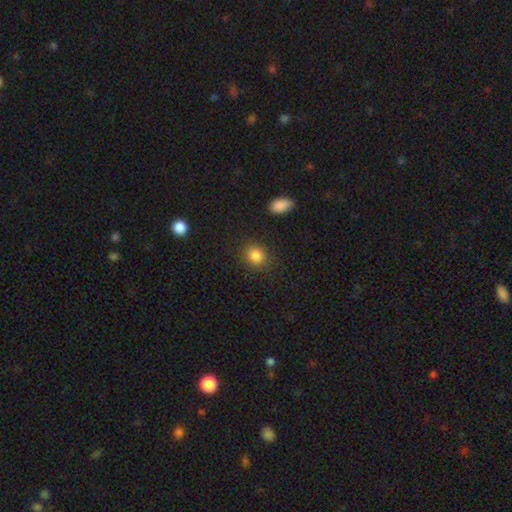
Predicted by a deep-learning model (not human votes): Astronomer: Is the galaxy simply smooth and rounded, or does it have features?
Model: smooth — 86%.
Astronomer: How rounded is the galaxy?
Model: round — 76%.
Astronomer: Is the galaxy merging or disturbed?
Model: none — 87%.